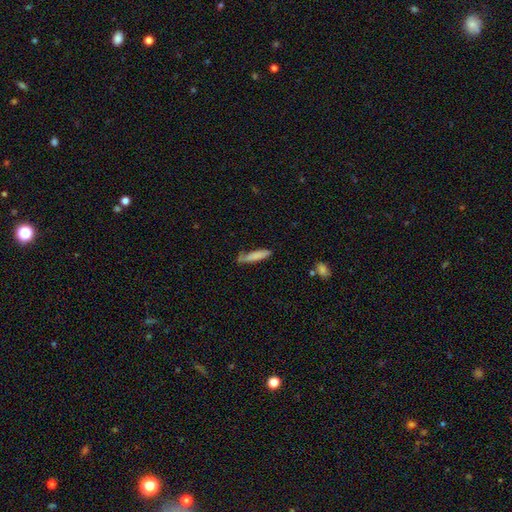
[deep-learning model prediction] Smooth or featured: smooth — 81% (featured or disk — 13%)
How rounded: cigar-shaped — 83% (in between — 16%)
Merging: none — 66% (minor disturbance — 24%)